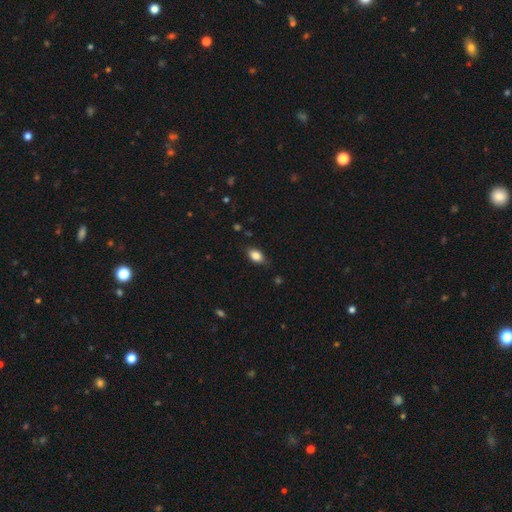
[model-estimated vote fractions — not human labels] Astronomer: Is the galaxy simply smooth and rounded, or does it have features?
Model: smooth — 84%.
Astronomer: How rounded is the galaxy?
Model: in between — 88%.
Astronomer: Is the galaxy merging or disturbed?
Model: none — 80%.